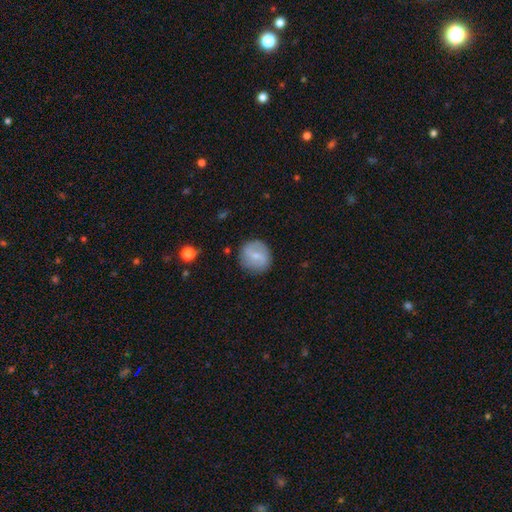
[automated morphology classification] Smooth or featured? Predicted: smooth (p=0.51). How rounded? Predicted: round (p=0.87). Merging? Predicted: none (p=0.83).